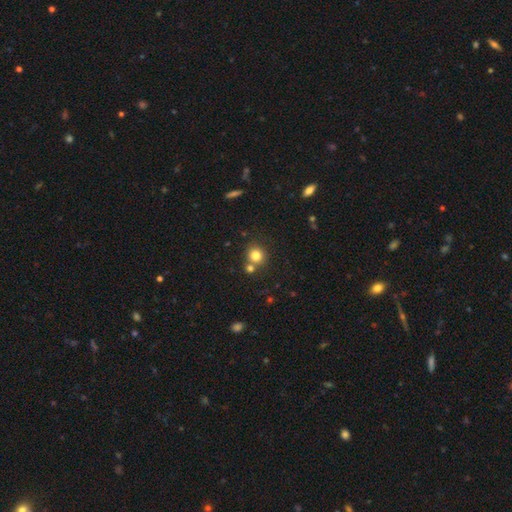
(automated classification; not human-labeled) smooth 79%, star or artifact 13%, featured or disk 8%. Down the decision tree: how rounded — round (86%); merging — none (65%).